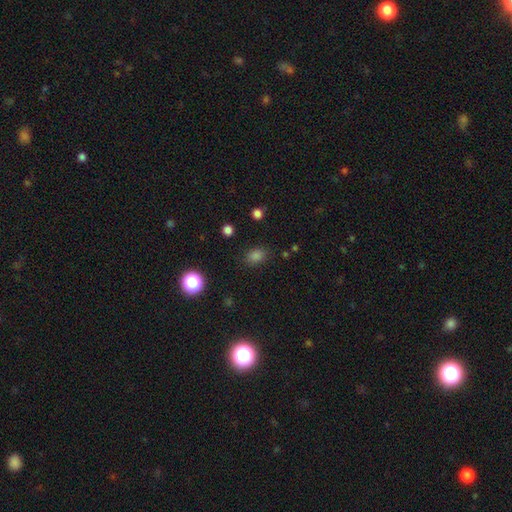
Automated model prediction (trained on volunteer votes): This appears to be a smooth galaxy with no disk features (77%) that is in between round and cigar-shaped (63%). Merging: none (83%).